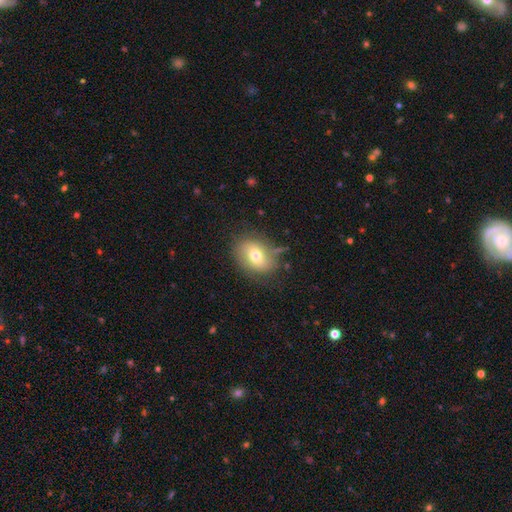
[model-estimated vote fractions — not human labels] Smooth or featured?
  - smooth: 68% *
  - featured or disk: 23%
  - star or artifact: 10%
How rounded?
  - in between: 63% *
  - round: 36%
  - cigar-shaped: 1%
Merging?
  - none: 74% *
  - minor disturbance: 18%
  - major disturbance: 6%
  - merger: 3%